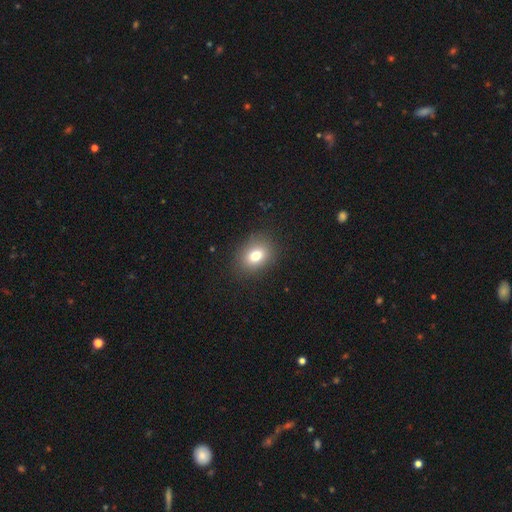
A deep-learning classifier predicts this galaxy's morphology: A smooth galaxy with no disk features (77%) that is in between round and cigar-shaped (57%). Merging: none (87%).